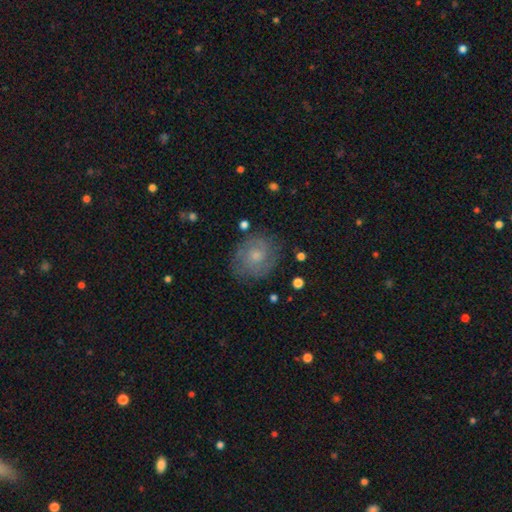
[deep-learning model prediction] featured or disk 52%, smooth 39%, star or artifact 9%. Down the decision tree: edge-on disk — no (97%); bar — no (78%); spiral arms — yes (76%); bulge size — small (47%); merging — none (75%).